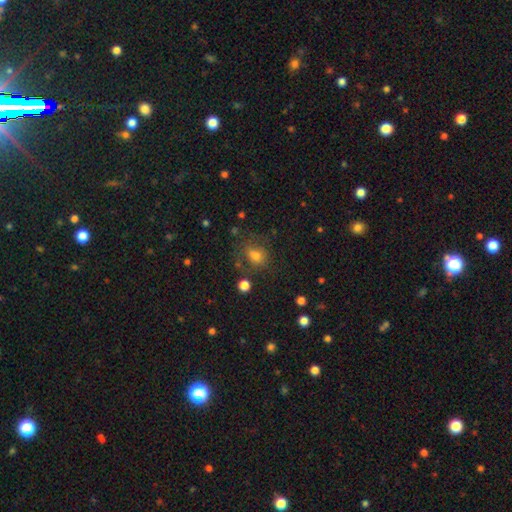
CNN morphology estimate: Smooth or featured? smooth (70%)
How rounded? round (52%)
Merging? none (63%)